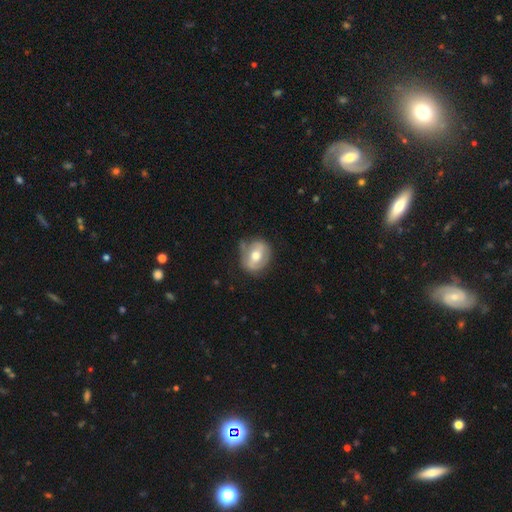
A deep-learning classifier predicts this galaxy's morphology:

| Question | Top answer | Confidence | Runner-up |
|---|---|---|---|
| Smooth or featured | featured or disk | 50% | smooth (43%) |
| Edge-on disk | no | 94% | yes (6%) |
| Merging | none | 65% | minor disturbance (24%) |